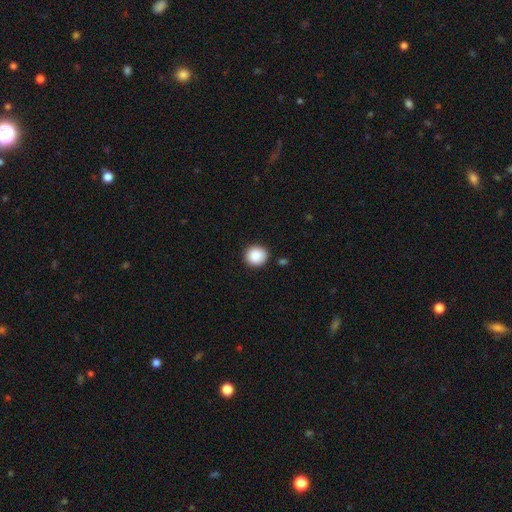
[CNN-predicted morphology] Smooth or featured? smooth (88%)
How rounded? round (91%)
Merging? none (88%)